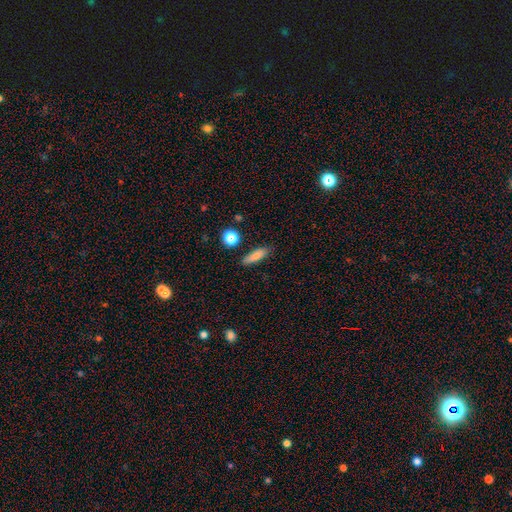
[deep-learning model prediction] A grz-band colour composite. It shows a smooth galaxy with no disk features (79%) that is cigar-shaped (52%). Merging: none (82%).